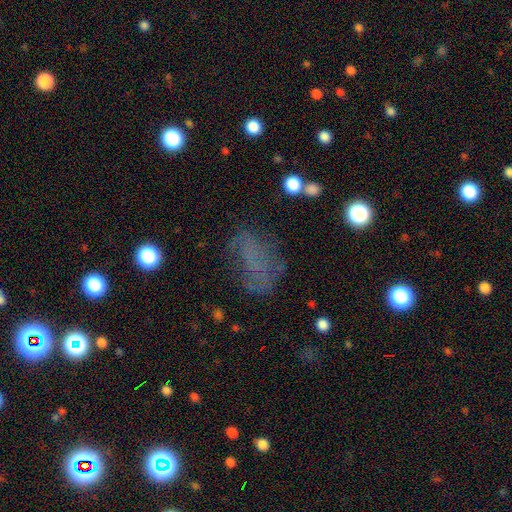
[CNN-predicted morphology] Smooth or featured? Predicted: smooth (p=0.47). Merging? Predicted: none (p=0.60).